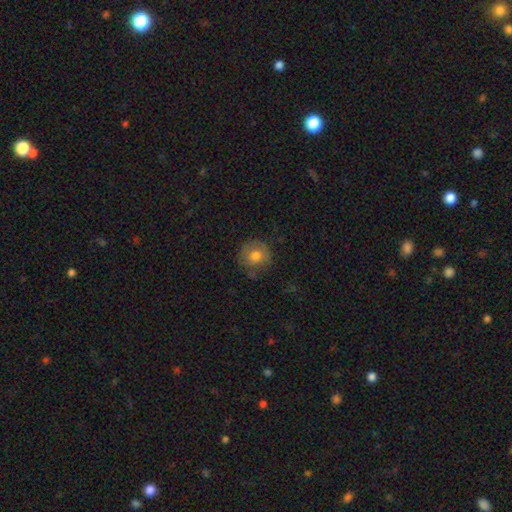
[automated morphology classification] This appears to be a smooth galaxy with no disk features (72%) that is round (90%). Merging: none (70%).